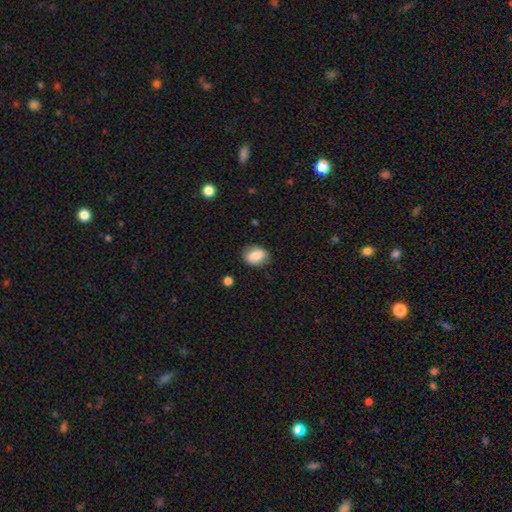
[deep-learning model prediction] This appears to be a smooth galaxy with no disk features (83%) that is in between round and cigar-shaped (70%). Merging: none (82%).